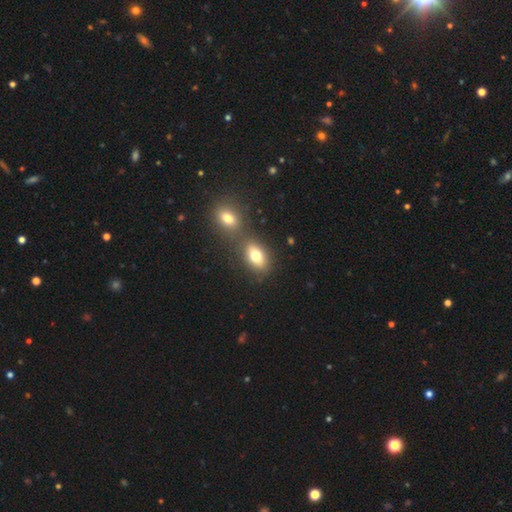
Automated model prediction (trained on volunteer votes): This appears to be a smooth galaxy with no disk features (76%) that is in between round and cigar-shaped (83%). Merging: none (57%).